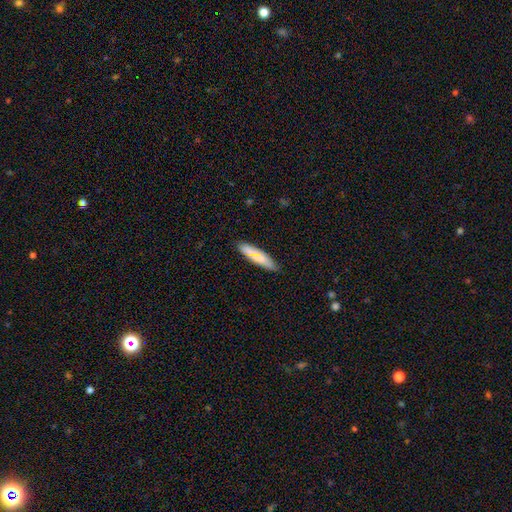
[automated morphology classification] Smooth or featured? Predicted: smooth (p=0.72). How rounded? Predicted: cigar-shaped (p=0.71). Merging? Predicted: none (p=0.80).